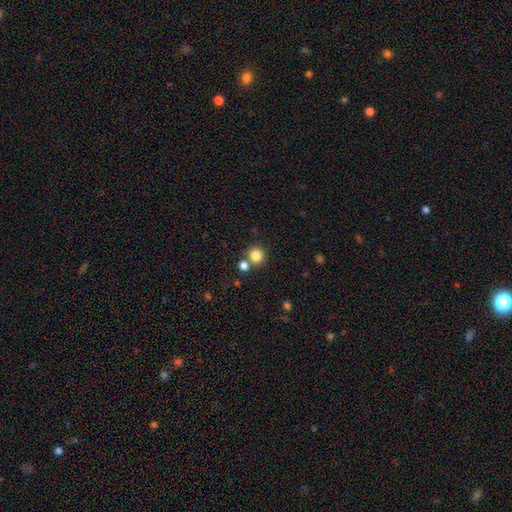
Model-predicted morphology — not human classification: Smooth or featured?
  - smooth: 83% *
  - star or artifact: 12%
  - featured or disk: 5%
How rounded?
  - round: 93% *
  - in between: 6%
  - cigar-shaped: 1%
Merging?
  - none: 73% *
  - merger: 17%
  - minor disturbance: 7%
  - major disturbance: 2%